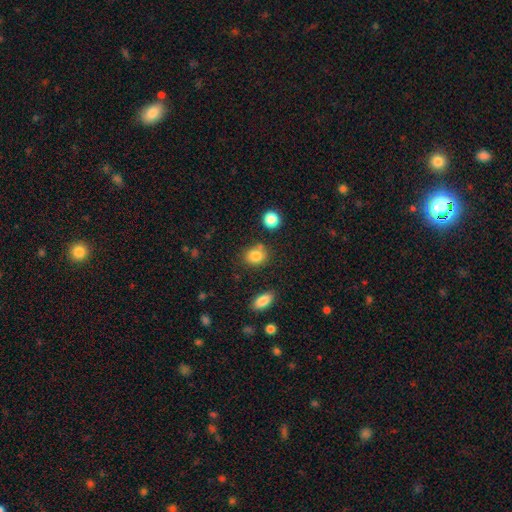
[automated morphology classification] Overall: smooth (83%). How rounded: round (61%; in between 38%). Merging: none (70%).